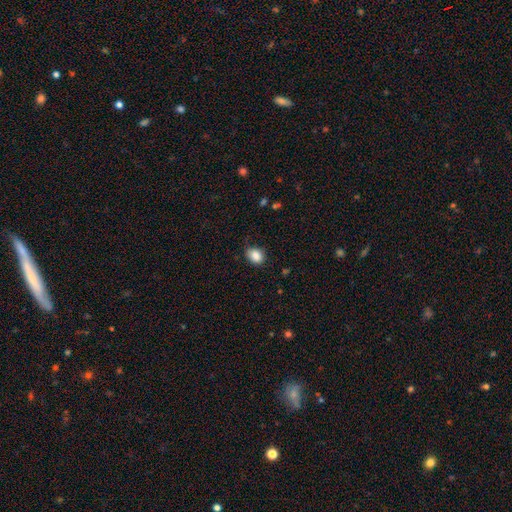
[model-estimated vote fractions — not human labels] Morphology: type=smooth (87%); roundness=in between (64%); merging=none (76%).